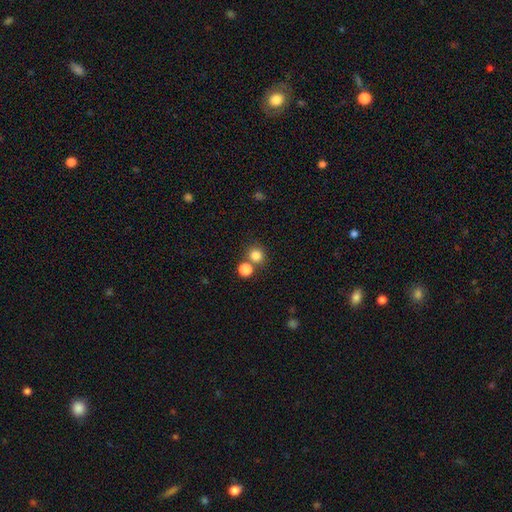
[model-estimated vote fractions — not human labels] smooth_or_featured: smooth (p=0.81) [alt: star or artifact p=0.13]
how_rounded: round (p=0.89) [alt: in between p=0.10]
merging: none (p=0.66) [alt: merger p=0.24]